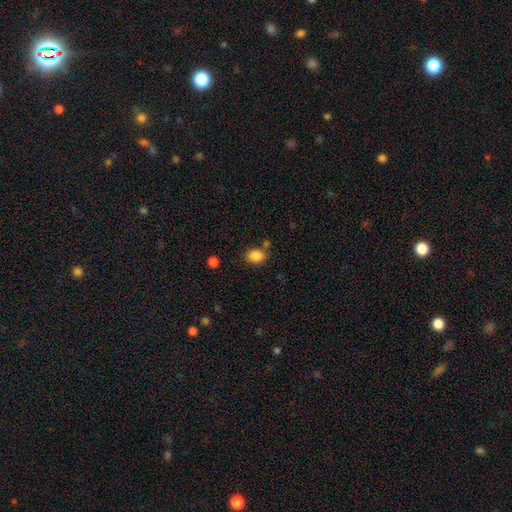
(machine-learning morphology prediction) This appears to be a smooth galaxy with no disk features (86%) that is in between round and cigar-shaped (61%). Merging: none (75%).